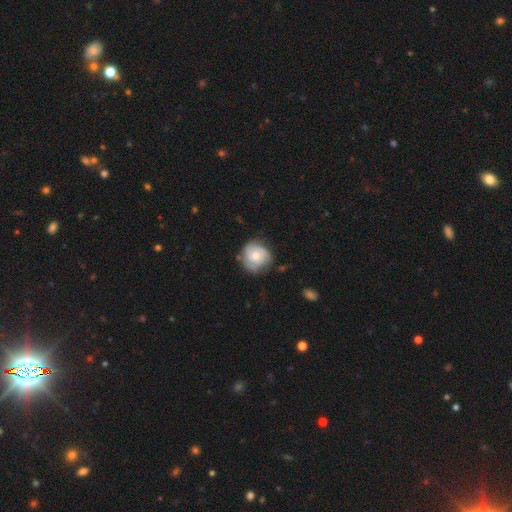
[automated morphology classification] A featured or disk galaxy (51%).

Vote fractions:
- Smooth or featured? featured or disk: 51% / smooth: 42% / star or artifact: 7%
- Edge-on disk? no: 97% / yes: 3%
- Merging? none: 65% / minor disturbance: 25% / major disturbance: 7% / merger: 2%